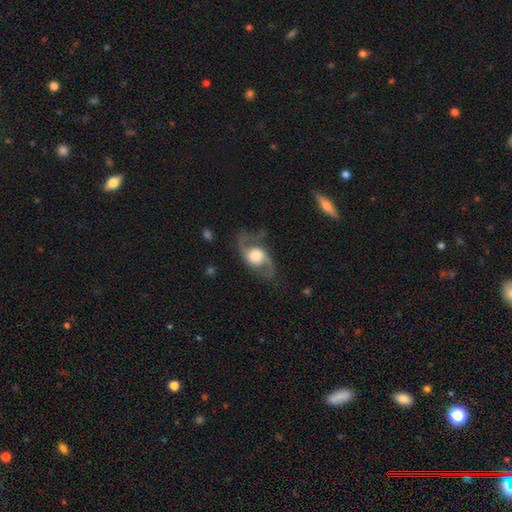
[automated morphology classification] Q: Smooth or featured?
A: featured or disk (81%); runner-up: smooth (14%)
Q: Edge-on disk?
A: no (95%); runner-up: yes (5%)
Q: Bar?
A: no (68%); runner-up: weak (26%)
Q: Spiral arms?
A: yes (92%); runner-up: no (8%)
Q: Spiral winding?
A: loose (55%); runner-up: medium (38%)
Q: Spiral arm count?
A: 2 (93%); runner-up: can't tell (2%)
Q: Bulge size?
A: large (47%); runner-up: moderate (37%)
Q: Merging?
A: none (71%); runner-up: minor disturbance (16%)